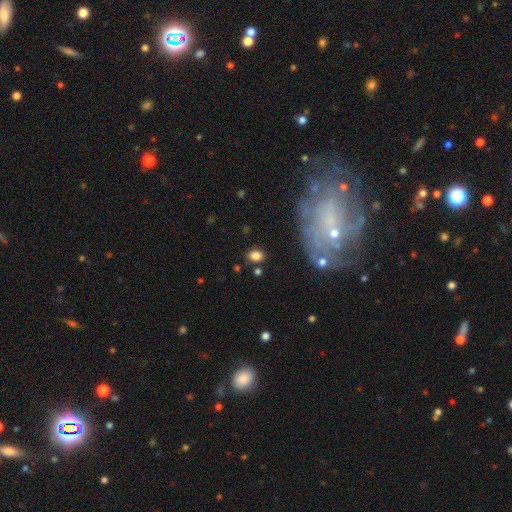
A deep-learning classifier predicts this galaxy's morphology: smooth-or-featured: smooth: 81% | star or artifact: 11% | featured or disk: 8%
  how-rounded: in between: 73% | round: 26% | cigar-shaped: 2%
  merging: none: 80% | minor disturbance: 12% | major disturbance: 4% | merger: 4%